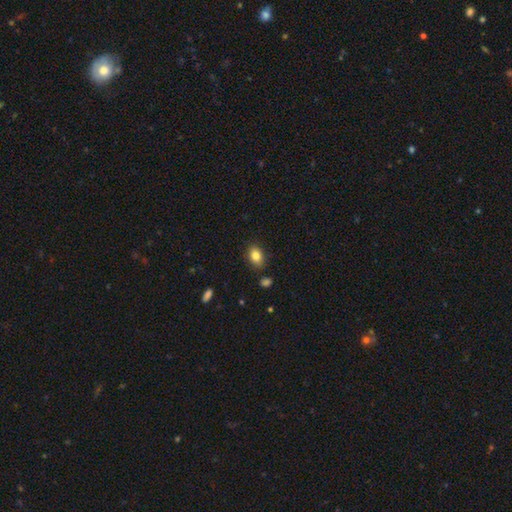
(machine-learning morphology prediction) Smooth or featured?
  - smooth: 83% *
  - star or artifact: 9%
  - featured or disk: 9%
How rounded?
  - in between: 80% *
  - round: 18%
  - cigar-shaped: 2%
Merging?
  - none: 83% *
  - minor disturbance: 12%
  - merger: 3%
  - major disturbance: 2%